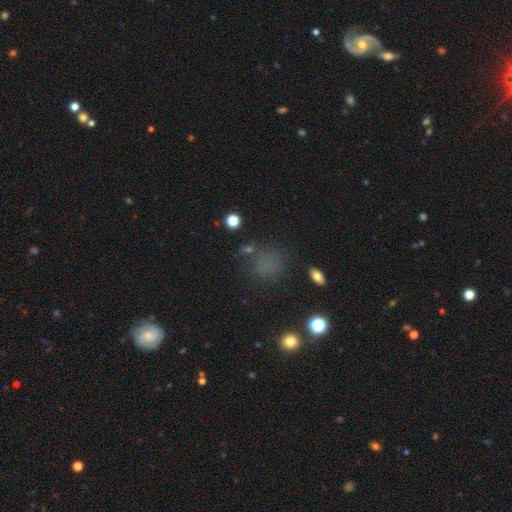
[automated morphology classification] Smooth or featured? smooth (60%)
How rounded? round (75%)
Merging? none (68%)